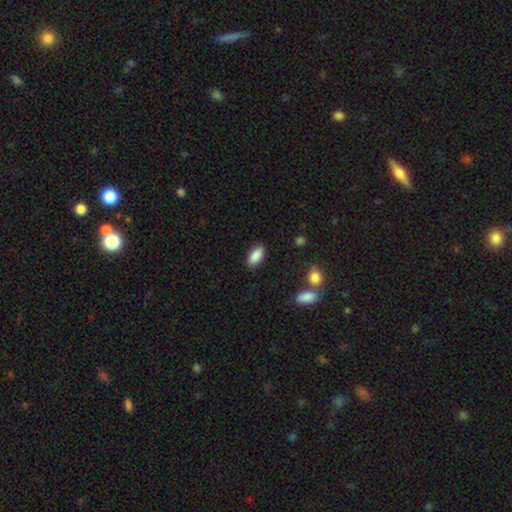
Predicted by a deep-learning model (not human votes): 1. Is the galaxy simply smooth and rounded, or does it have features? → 88% smooth, 7% star or artifact, 5% featured or disk.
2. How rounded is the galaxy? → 88% in between, 9% cigar-shaped, 3% round.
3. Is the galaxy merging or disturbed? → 86% none, 9% minor disturbance, 2% major disturbance, 2% merger.